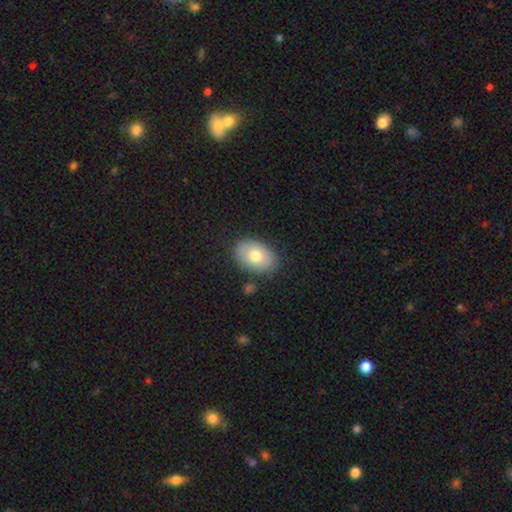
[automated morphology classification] smooth 73%, featured or disk 20%, star or artifact 7%. Down the decision tree: how rounded — in between (83%); merging — none (81%).